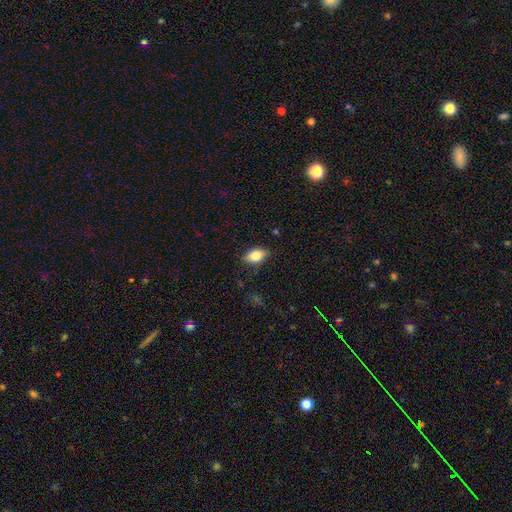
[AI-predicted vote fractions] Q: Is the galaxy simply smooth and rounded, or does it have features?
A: smooth — 79%.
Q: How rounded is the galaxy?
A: in between — 85%.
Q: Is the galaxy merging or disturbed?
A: none — 83%.